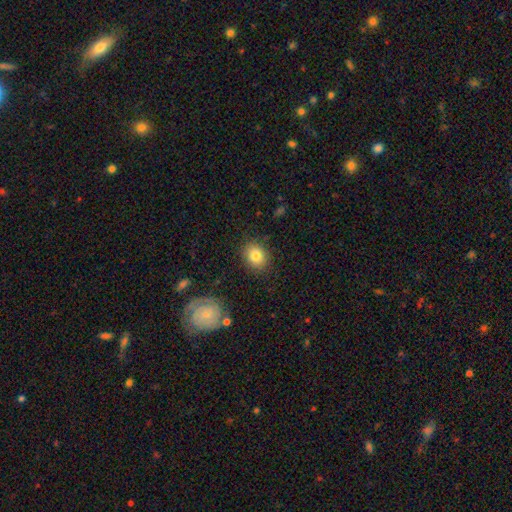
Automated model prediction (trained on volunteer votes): Smooth or featured? Predicted: smooth (p=0.82). How rounded? Predicted: round (p=0.65). Merging? Predicted: none (p=0.86).